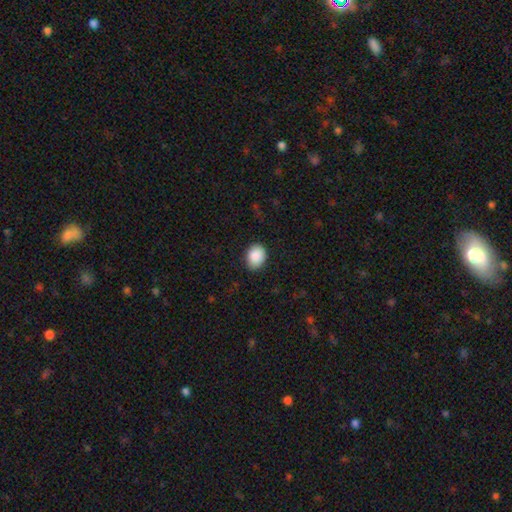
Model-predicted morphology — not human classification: Overall: smooth (89%). How rounded: in between (63%; round 36%). Merging: none (84%).